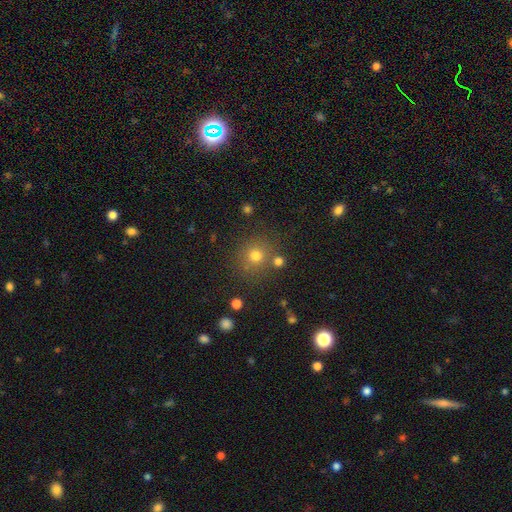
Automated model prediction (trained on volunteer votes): Morphology: type=smooth (75%); roundness=round (88%); merging=none (78%).